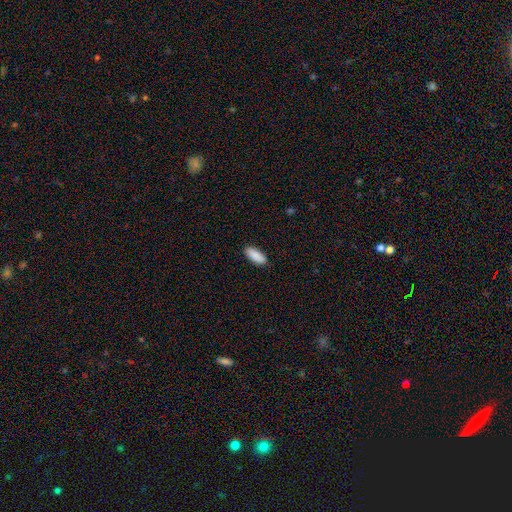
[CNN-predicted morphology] smooth 90%, star or artifact 6%, featured or disk 5%. Down the decision tree: how rounded — in between (81%); merging — none (89%).